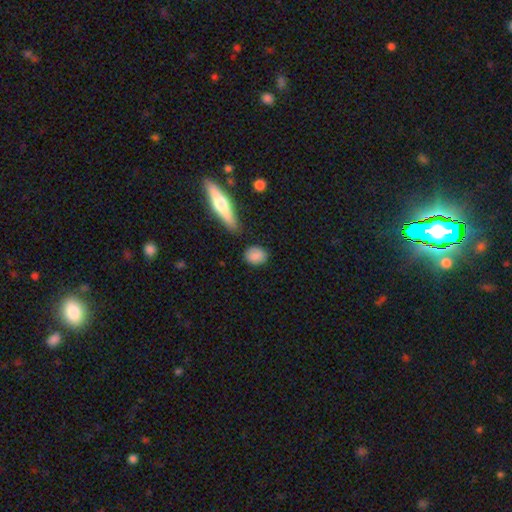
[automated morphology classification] A smooth galaxy with no disk features (86%) that is in between round and cigar-shaped (53%).

Vote fractions:
- Smooth or featured? smooth: 86% / star or artifact: 7% / featured or disk: 7%
- How rounded? in between: 53% / round: 43% / cigar-shaped: 4%
- Merging? none: 81% / minor disturbance: 12% / merger: 4% / major disturbance: 3%